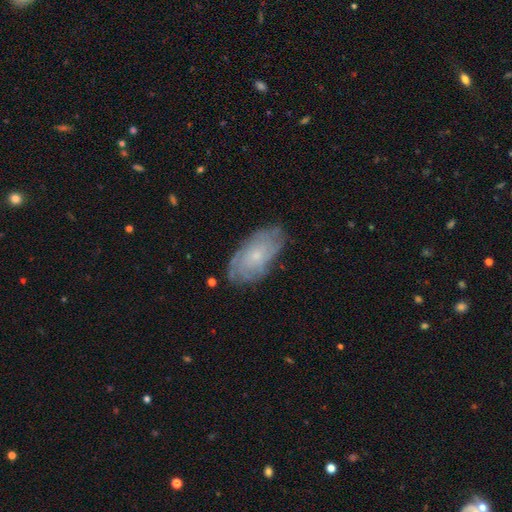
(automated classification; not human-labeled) Q: Smooth or featured?
A: featured or disk (60%); runner-up: smooth (31%)
Q: Edge-on disk?
A: no (92%); runner-up: yes (8%)
Q: Bar?
A: no (83%); runner-up: weak (15%)
Q: Spiral arms?
A: yes (80%); runner-up: no (20%)
Q: Bulge size?
A: small (78%); runner-up: moderate (16%)
Q: Merging?
A: none (77%); runner-up: minor disturbance (17%)